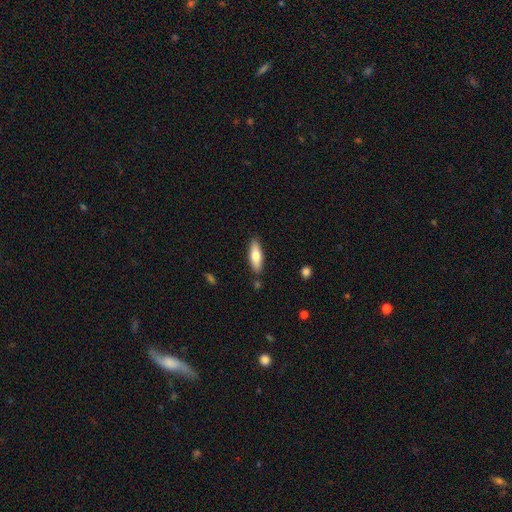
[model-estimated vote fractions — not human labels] Smooth or featured? Predicted: smooth (p=0.72). How rounded? Predicted: in between (p=0.51). Merging? Predicted: none (p=0.85).